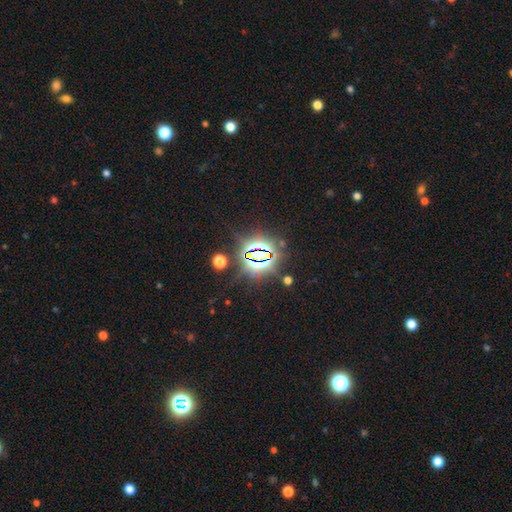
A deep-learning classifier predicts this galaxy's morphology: Smooth or featured? Predicted: star or artifact (p=0.80).